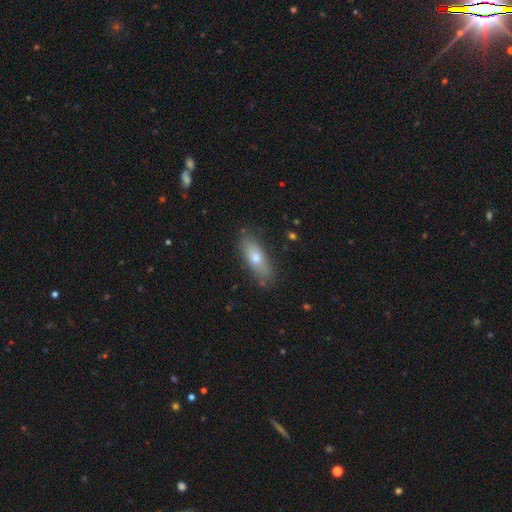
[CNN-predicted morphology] smooth 64%, featured or disk 29%, star or artifact 7%. Down the decision tree: how rounded — in between (59%); merging — none (82%).